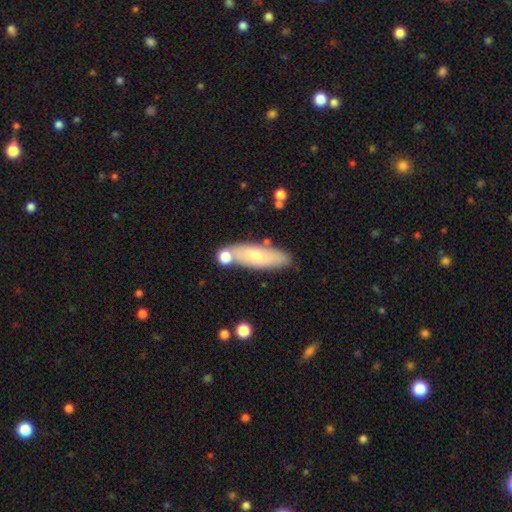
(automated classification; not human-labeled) Smooth or featured? smooth (65%)
How rounded? cigar-shaped (56%)
Merging? none (71%)